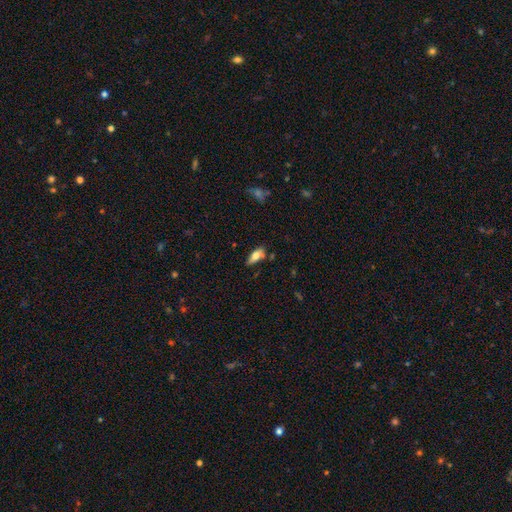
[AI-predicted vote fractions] smooth_or_featured: smooth (p=0.70) [alt: featured or disk p=0.23]
how_rounded: in between (p=0.78) [alt: cigar-shaped p=0.19]
merging: none (p=0.68) [alt: minor disturbance p=0.20]